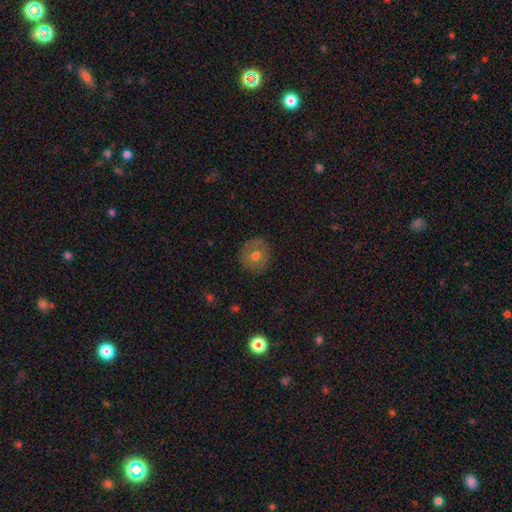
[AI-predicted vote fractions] smooth 59%, featured or disk 32%, star or artifact 9%. Down the decision tree: how rounded — round (88%); merging — none (85%).